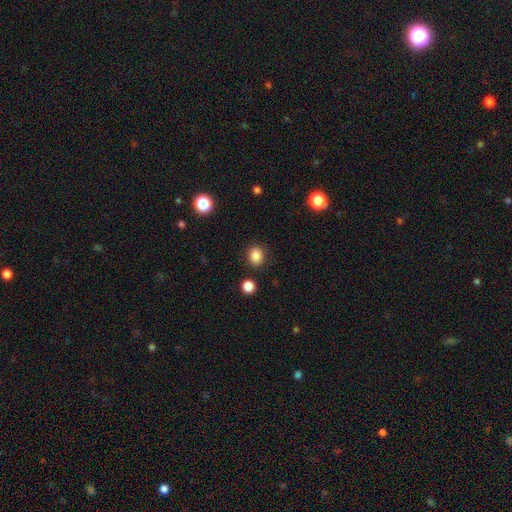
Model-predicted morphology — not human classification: Q: Smooth or featured?
A: smooth (86%); runner-up: star or artifact (11%)
Q: How rounded?
A: round (62%); runner-up: in between (37%)
Q: Merging?
A: none (87%); runner-up: minor disturbance (8%)